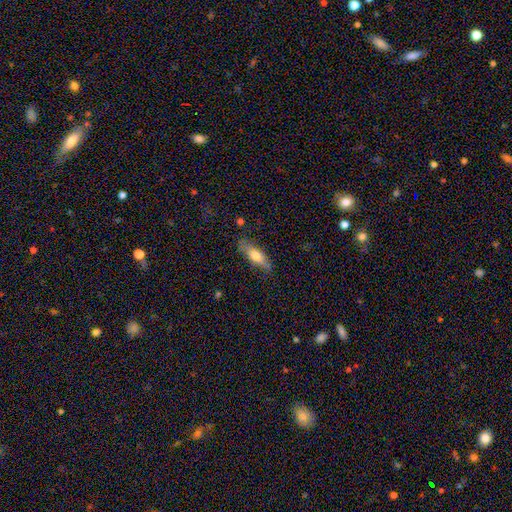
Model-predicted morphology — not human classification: smooth_or_featured: smooth (p=0.64) [alt: featured or disk p=0.30]
how_rounded: in between (p=0.59) [alt: cigar-shaped p=0.38]
merging: none (p=0.76) [alt: minor disturbance p=0.18]